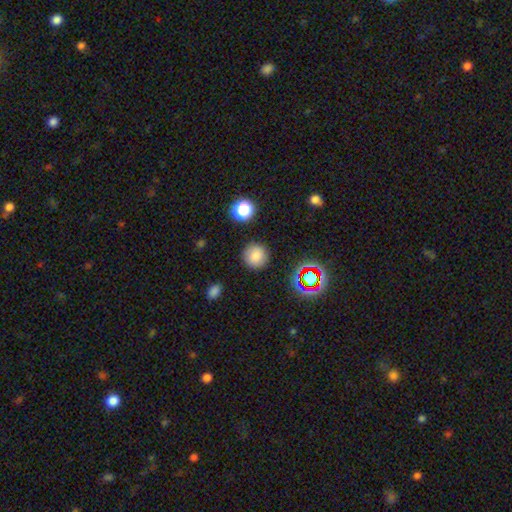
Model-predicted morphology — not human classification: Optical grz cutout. It shows a smooth galaxy with no disk features (80%) that is round (95%). Merging: none (89%).